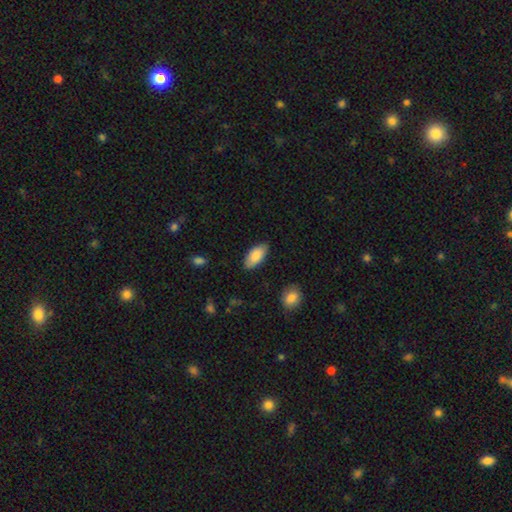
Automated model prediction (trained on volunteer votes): Smooth or featured?
  - smooth: 86% *
  - featured or disk: 8%
  - star or artifact: 6%
How rounded?
  - in between: 93% *
  - cigar-shaped: 5%
  - round: 2%
Merging?
  - none: 84% *
  - minor disturbance: 13%
  - major disturbance: 2%
  - merger: 1%